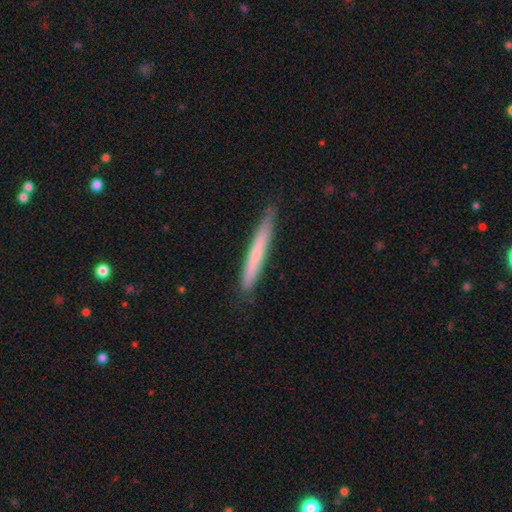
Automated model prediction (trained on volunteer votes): smooth-or-featured: smooth: 59% | featured or disk: 35% | star or artifact: 6%
  how-rounded: cigar-shaped: 96% | in between: 3% | round: 1%
  merging: none: 85% | minor disturbance: 12% | major disturbance: 2% | merger: 1%